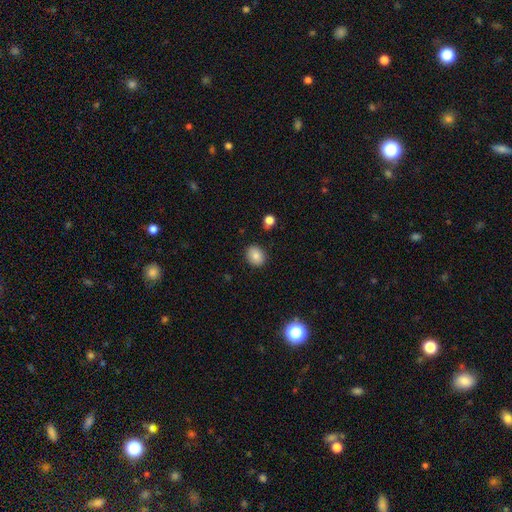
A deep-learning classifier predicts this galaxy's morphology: smooth_or_featured: smooth (p=0.82) [alt: star or artifact p=0.10]
how_rounded: round (p=0.51) [alt: in between p=0.48]
merging: none (p=0.86) [alt: minor disturbance p=0.10]